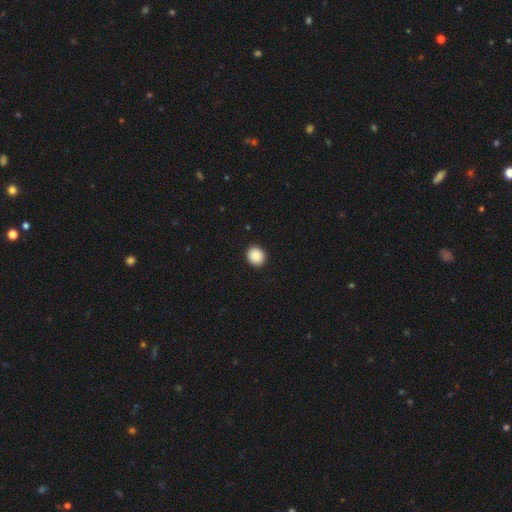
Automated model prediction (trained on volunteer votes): Smooth or featured?
  - smooth: 88% *
  - star or artifact: 8%
  - featured or disk: 3%
How rounded?
  - round: 81% *
  - in between: 18%
  - cigar-shaped: 1%
Merging?
  - none: 92% *
  - minor disturbance: 5%
  - major disturbance: 2%
  - merger: 1%